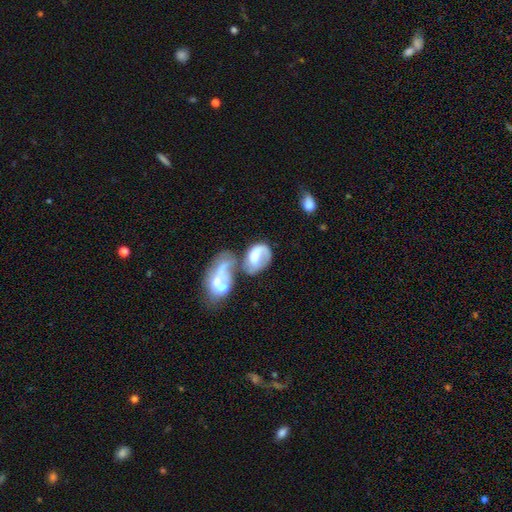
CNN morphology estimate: A featured or disk galaxy (50%). Merging: merger (53%).